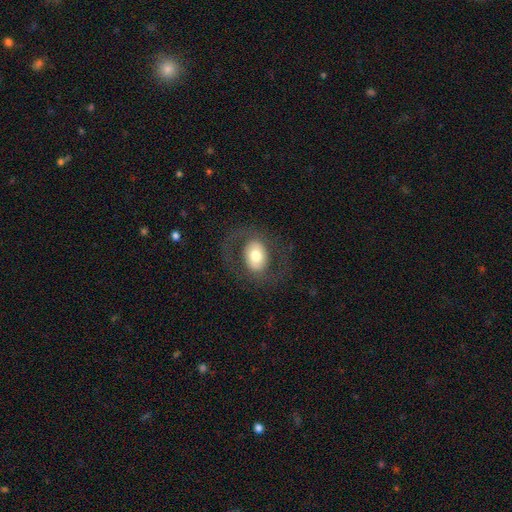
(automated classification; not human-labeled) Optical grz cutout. It shows a smooth galaxy with no disk features (50%). Merging: none (73%).